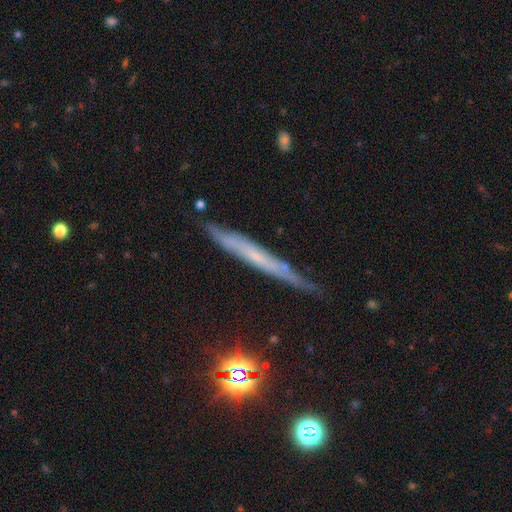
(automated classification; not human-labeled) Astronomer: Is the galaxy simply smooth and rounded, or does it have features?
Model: featured or disk — 57%.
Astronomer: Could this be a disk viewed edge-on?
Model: yes — 89%.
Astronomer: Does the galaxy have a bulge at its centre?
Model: none — 80%.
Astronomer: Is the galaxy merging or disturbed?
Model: none — 78%.